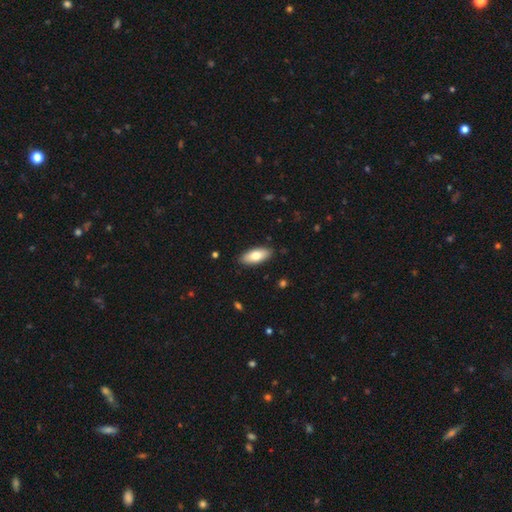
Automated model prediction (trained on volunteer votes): Smooth or featured?
  - smooth: 76% *
  - featured or disk: 18%
  - star or artifact: 6%
How rounded?
  - in between: 85% *
  - cigar-shaped: 13%
  - round: 2%
Merging?
  - none: 89% *
  - minor disturbance: 8%
  - major disturbance: 2%
  - merger: 1%